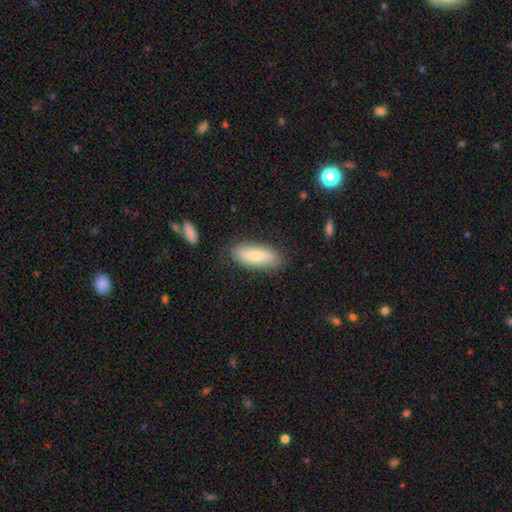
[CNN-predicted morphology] smooth_or_featured: smooth (p=0.66) [alt: featured or disk p=0.28]
how_rounded: in between (p=0.73) [alt: cigar-shaped p=0.25]
merging: none (p=0.81) [alt: minor disturbance p=0.14]